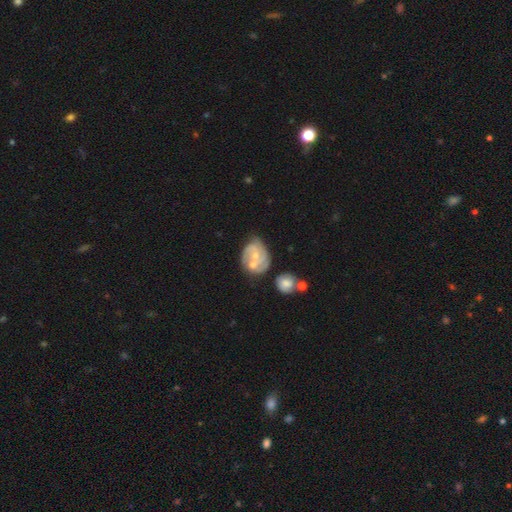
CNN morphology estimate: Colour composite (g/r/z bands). It shows a featured or disk galaxy (74%) with no bar (68%), 2 (35%) tight (51%) spiral arms (89%) and a small central bulge (57%). Merging: none (41%).